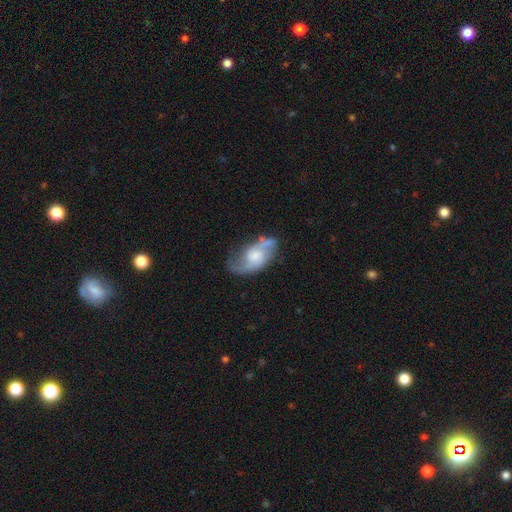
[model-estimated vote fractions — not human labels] Overall: featured or disk (73%). Edge-on disk: no (96%). Bar: no (61%; weak 34%). Spiral arms: yes (91%). Spiral arm count: 2 (81%). Spiral winding: medium (43%; loose 42%). Bulge size: moderate (39%; small 31%). Merging: none (56%; minor disturbance 25%).